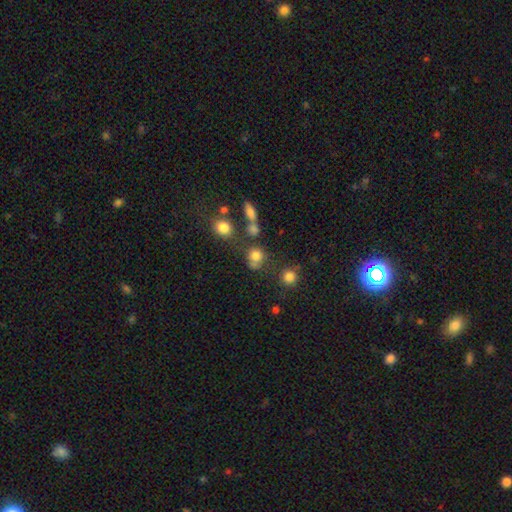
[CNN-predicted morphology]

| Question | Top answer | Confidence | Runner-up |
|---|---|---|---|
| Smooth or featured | smooth | 74% | star or artifact (16%) |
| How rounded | round | 82% | in between (17%) |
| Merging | none | 56% | merger (22%) |